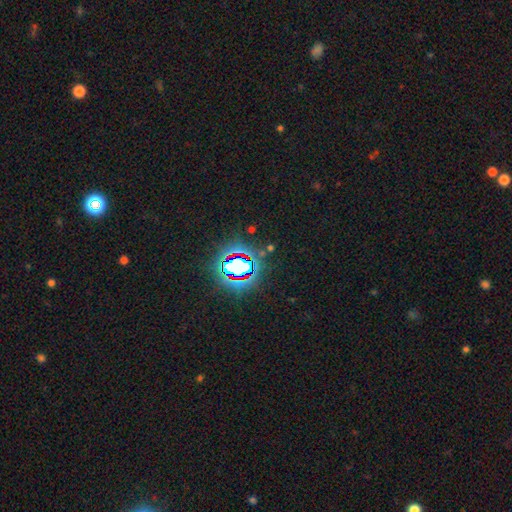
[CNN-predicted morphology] Smooth or featured? Predicted: star or artifact (p=0.82).